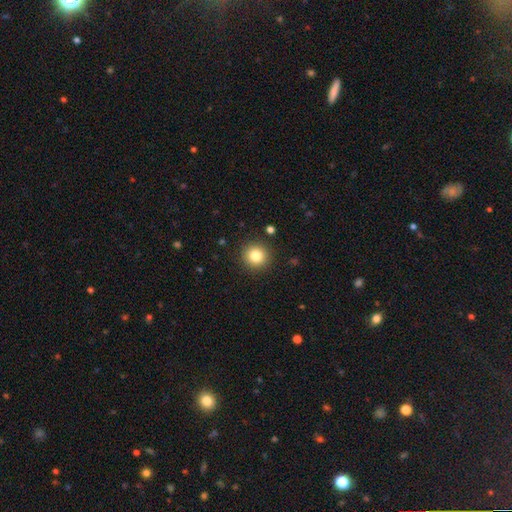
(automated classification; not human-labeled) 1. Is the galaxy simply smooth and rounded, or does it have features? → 83% smooth, 11% star or artifact, 6% featured or disk.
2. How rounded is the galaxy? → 94% round, 5% in between, 1% cigar-shaped.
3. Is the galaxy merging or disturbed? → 91% none, 6% minor disturbance, 2% major disturbance, 1% merger.